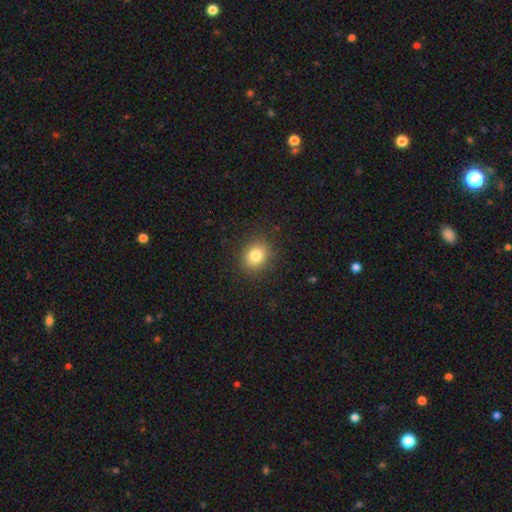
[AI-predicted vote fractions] Smooth or featured: smooth — 81% (star or artifact — 11%)
How rounded: round — 63% (in between — 37%)
Merging: none — 88% (minor disturbance — 8%)